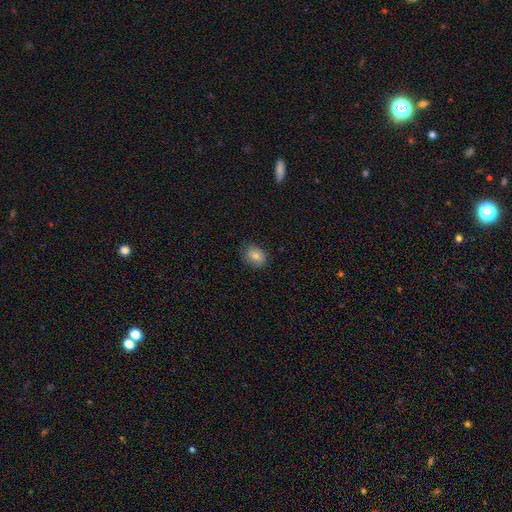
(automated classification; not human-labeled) Morphology: type=smooth (75%); roundness=in between (60%); merging=none (80%).